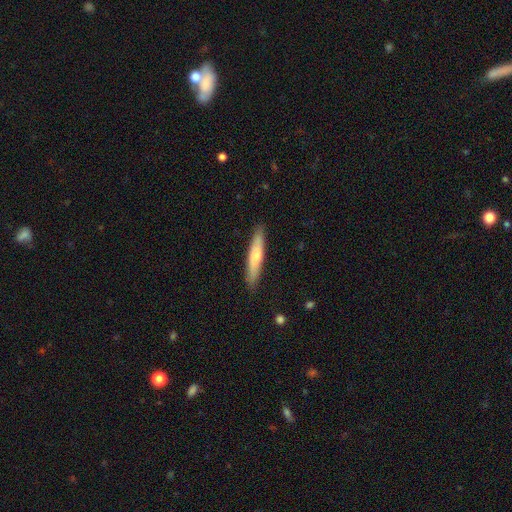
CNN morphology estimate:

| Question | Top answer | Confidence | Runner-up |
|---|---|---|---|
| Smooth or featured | smooth | 64% | featured or disk (30%) |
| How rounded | cigar-shaped | 89% | in between (9%) |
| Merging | none | 88% | minor disturbance (9%) |